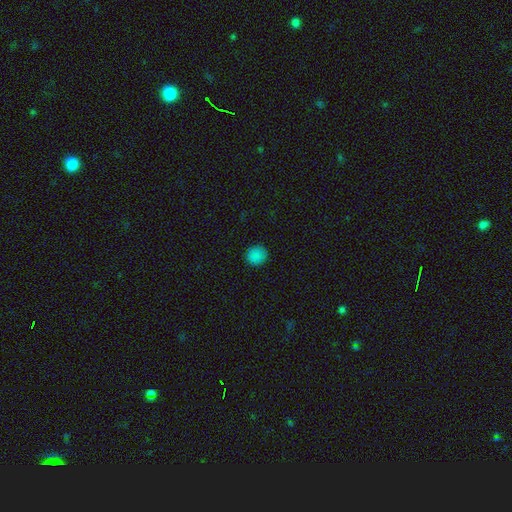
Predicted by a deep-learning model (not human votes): Morphology: type=smooth (84%); roundness=round (89%); merging=none (90%).